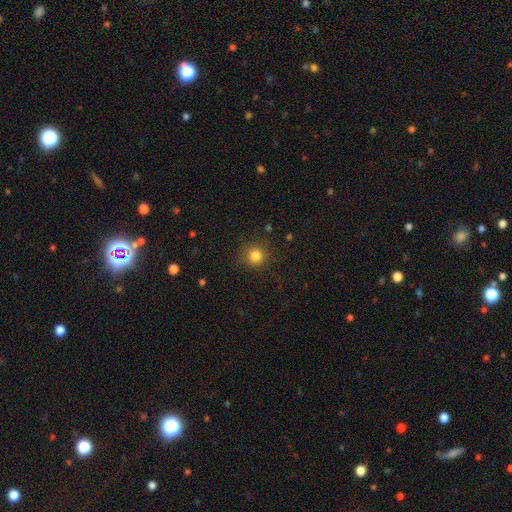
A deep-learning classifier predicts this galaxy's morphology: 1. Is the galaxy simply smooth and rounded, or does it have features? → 82% smooth, 13% star or artifact, 5% featured or disk.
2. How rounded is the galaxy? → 92% round, 7% in between, 1% cigar-shaped.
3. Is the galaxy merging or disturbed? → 86% none, 9% minor disturbance, 3% major disturbance, 1% merger.